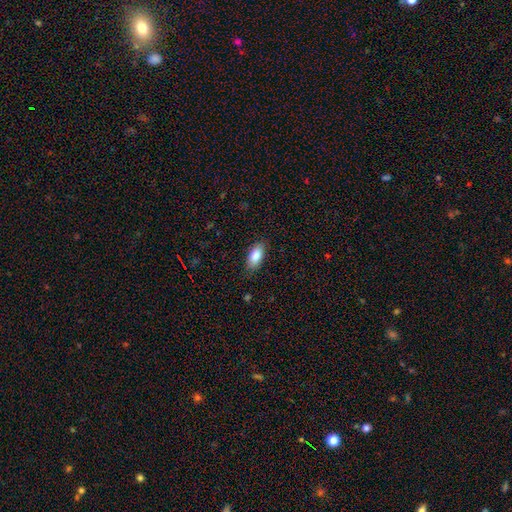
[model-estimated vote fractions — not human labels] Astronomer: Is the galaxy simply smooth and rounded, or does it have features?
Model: smooth — 85%.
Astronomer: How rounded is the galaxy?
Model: in between — 89%.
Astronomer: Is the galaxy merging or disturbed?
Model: none — 84%.